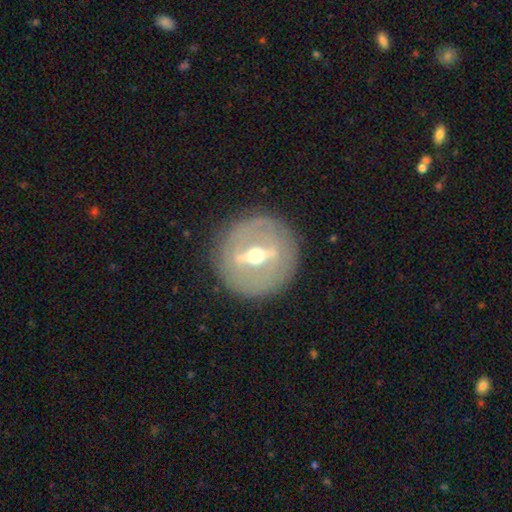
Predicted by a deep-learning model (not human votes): Smooth or featured?
  - featured or disk: 80% *
  - smooth: 14%
  - star or artifact: 6%
Edge-on disk?
  - no: 65% *
  - yes: 35%
Bar?
  - strong: 76% *
  - weak: 18%
  - no: 6%
Spiral arms?
  - no: 74% *
  - yes: 26%
Bulge size?
  - moderate: 70% *
  - small: 23%
  - large: 5%
  - dominant: 1%
  - none: 1%
Merging?
  - none: 86% *
  - minor disturbance: 9%
  - major disturbance: 4%
  - merger: 1%